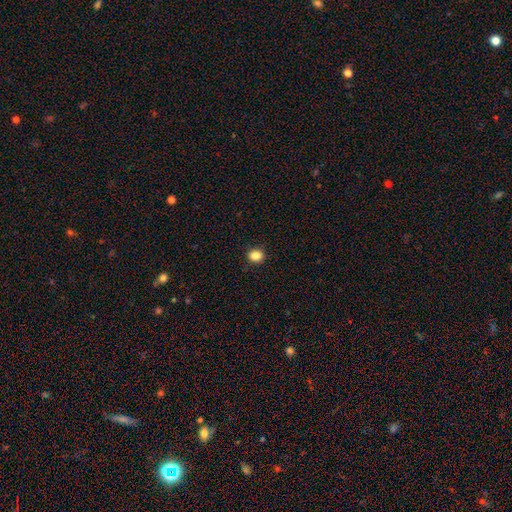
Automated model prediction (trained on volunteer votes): Overall: smooth (86%). How rounded: round (63%; in between 36%). Merging: none (91%).